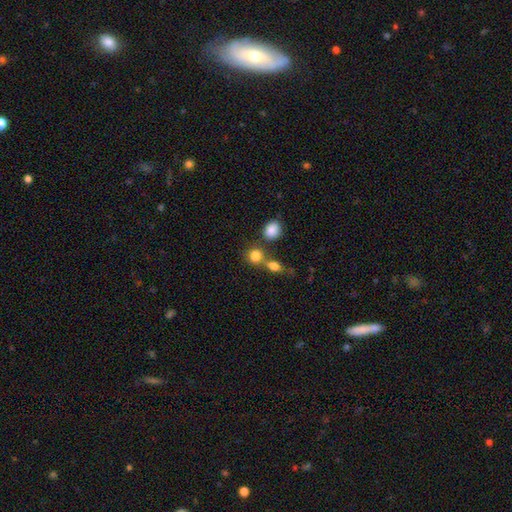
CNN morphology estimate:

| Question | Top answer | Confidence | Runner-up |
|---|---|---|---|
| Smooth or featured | smooth | 82% | star or artifact (11%) |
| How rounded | round | 76% | in between (22%) |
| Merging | none | 50% | merger (37%) |